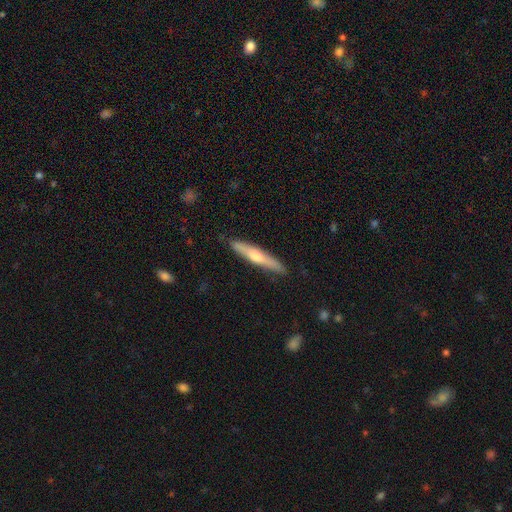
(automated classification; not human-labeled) Morphology: type=featured or disk (50%); edge-on=yes (94%); merging=none (87%).